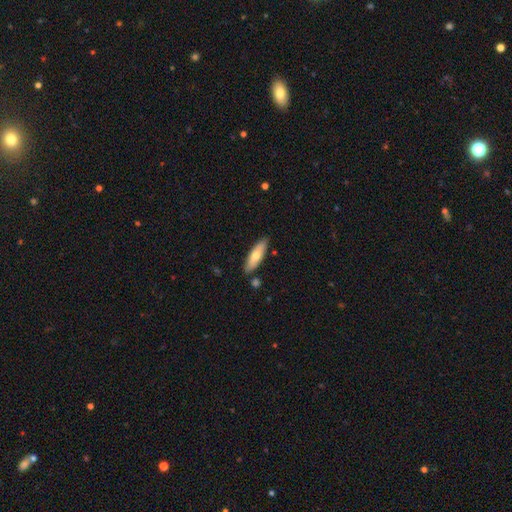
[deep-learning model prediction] smooth-or-featured: smooth: 66% | featured or disk: 29% | star or artifact: 6%
  how-rounded: cigar-shaped: 50% | in between: 48% | round: 2%
  merging: none: 84% | minor disturbance: 11% | merger: 4% | major disturbance: 2%